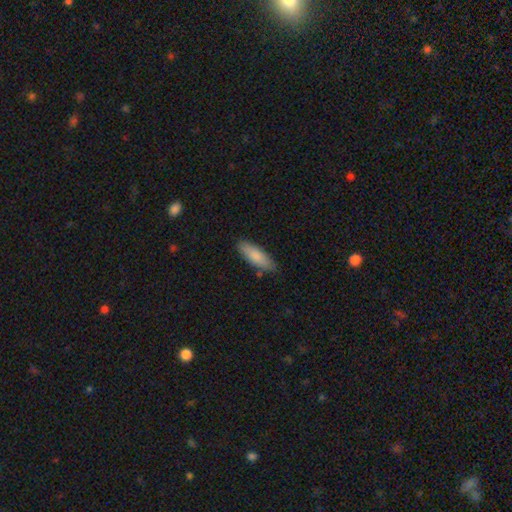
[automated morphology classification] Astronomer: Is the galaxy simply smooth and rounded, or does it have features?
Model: smooth — 84%.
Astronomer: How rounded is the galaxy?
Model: in between — 60% (runner-up: cigar-shaped, 39%).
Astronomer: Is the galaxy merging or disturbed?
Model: none — 81%.